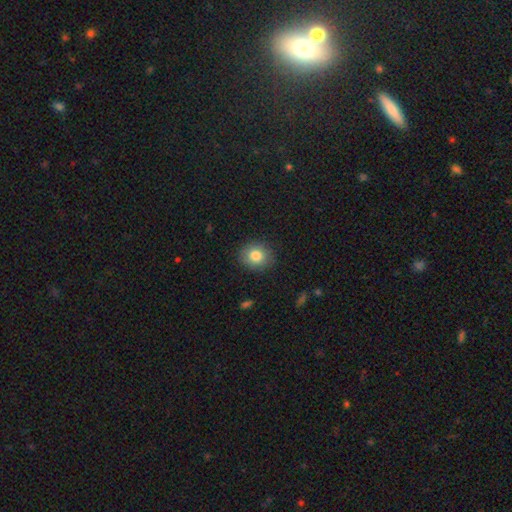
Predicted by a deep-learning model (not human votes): This appears to be a smooth galaxy with no disk features (83%) that is round (74%). Merging: none (87%).